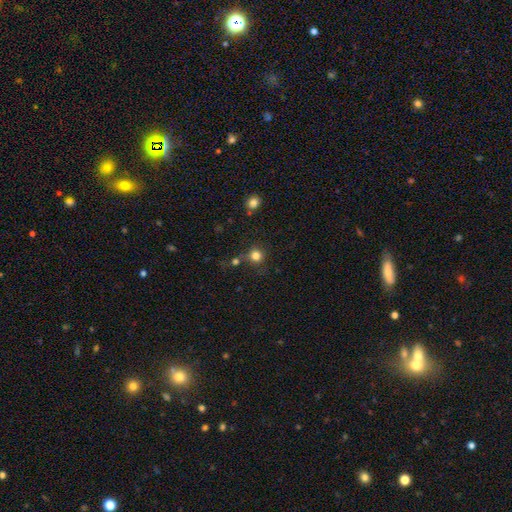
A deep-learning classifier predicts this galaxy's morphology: Smooth or featured? smooth (81%)
How rounded? round (91%)
Merging? none (72%)